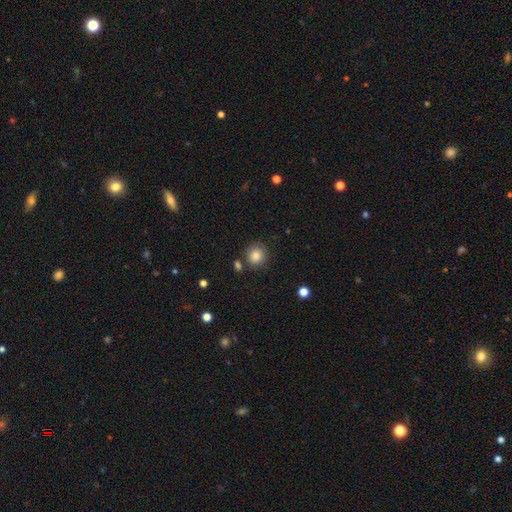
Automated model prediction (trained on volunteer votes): Overall: smooth (84%). How rounded: round (89%). Merging: none (80%).